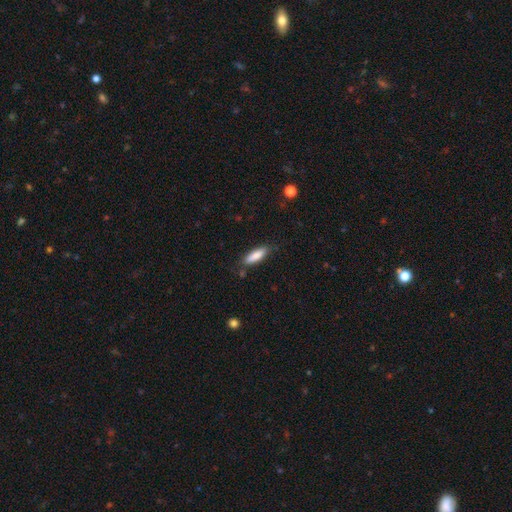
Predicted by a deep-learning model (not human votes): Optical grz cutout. It shows a smooth galaxy with no disk features (83%) that is cigar-shaped (53%). Merging: none (79%).